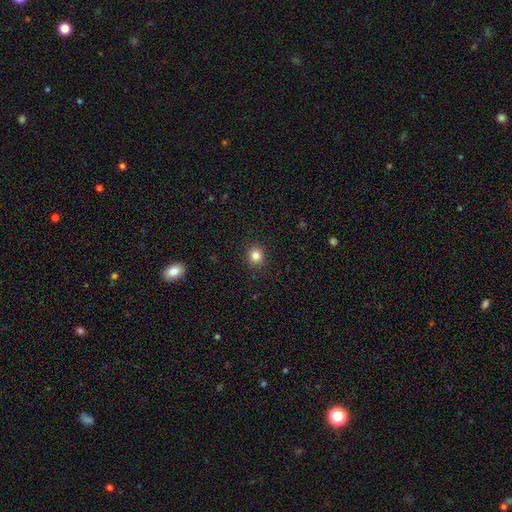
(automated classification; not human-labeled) A smooth galaxy with no disk features (84%) that is round (86%).

Vote fractions:
- Smooth or featured? smooth: 84% / star or artifact: 12% / featured or disk: 5%
- How rounded? round: 86% / in between: 13% / cigar-shaped: 1%
- Merging? none: 91% / minor disturbance: 6% / major disturbance: 2% / merger: 1%